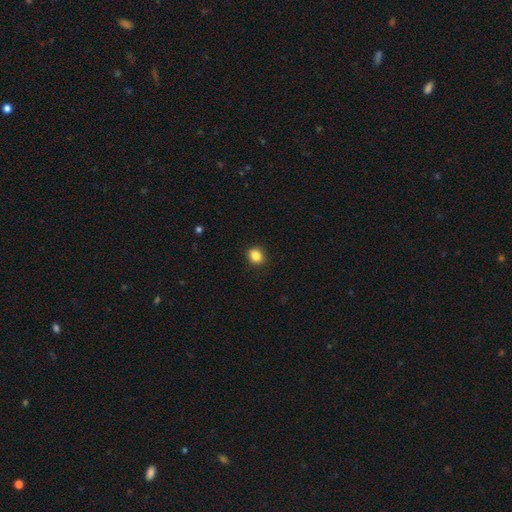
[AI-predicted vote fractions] smooth-or-featured: smooth: 86% | star or artifact: 10% | featured or disk: 4%
  how-rounded: round: 63% | in between: 36% | cigar-shaped: 1%
  merging: none: 90% | minor disturbance: 7% | major disturbance: 2% | merger: 1%